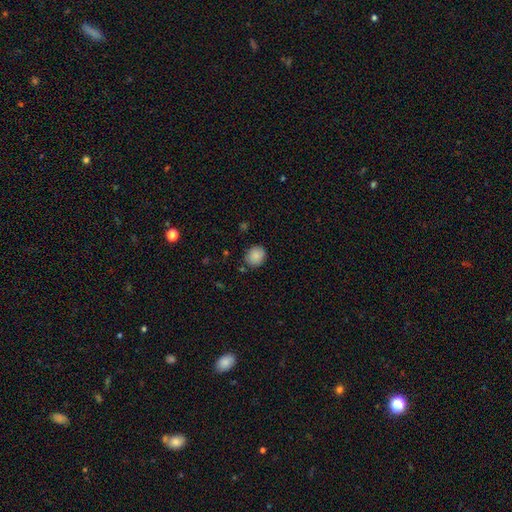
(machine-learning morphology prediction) Smooth or featured: smooth — 87% (star or artifact — 8%)
How rounded: round — 70% (in between — 29%)
Merging: none — 83% (minor disturbance — 12%)